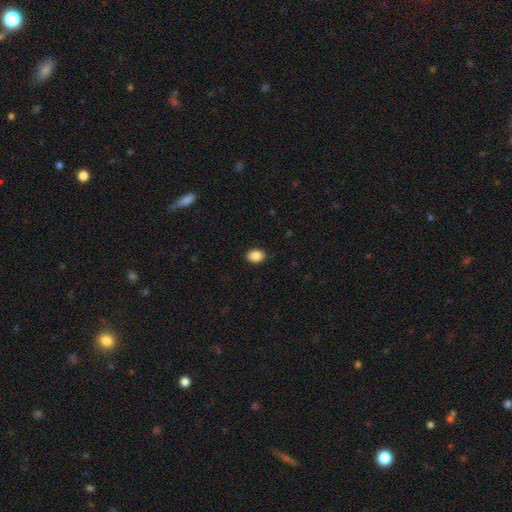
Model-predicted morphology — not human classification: Smooth or featured: smooth — 87% (star or artifact — 8%)
How rounded: in between — 75% (round — 24%)
Merging: none — 88% (minor disturbance — 9%)